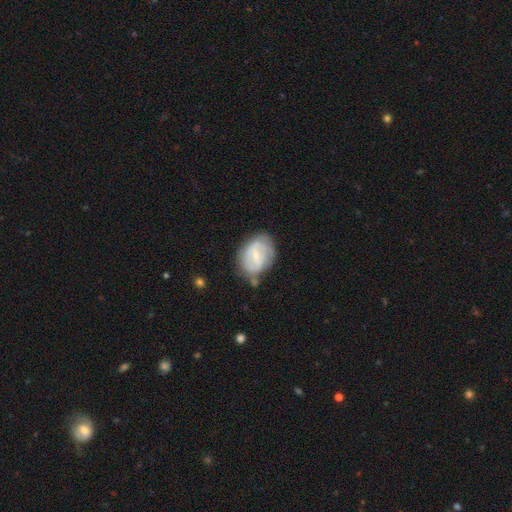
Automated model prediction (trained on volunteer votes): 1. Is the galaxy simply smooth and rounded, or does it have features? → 62% featured or disk, 32% smooth, 6% star or artifact.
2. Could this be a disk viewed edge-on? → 96% no, 4% yes.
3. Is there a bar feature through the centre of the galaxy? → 52% weak, 28% no, 20% strong.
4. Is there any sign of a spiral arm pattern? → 66% yes, 34% no.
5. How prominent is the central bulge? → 66% small, 29% moderate, 3% none, 1% large, 1% dominant.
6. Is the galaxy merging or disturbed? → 58% none, 27% minor disturbance, 9% major disturbance, 6% merger.